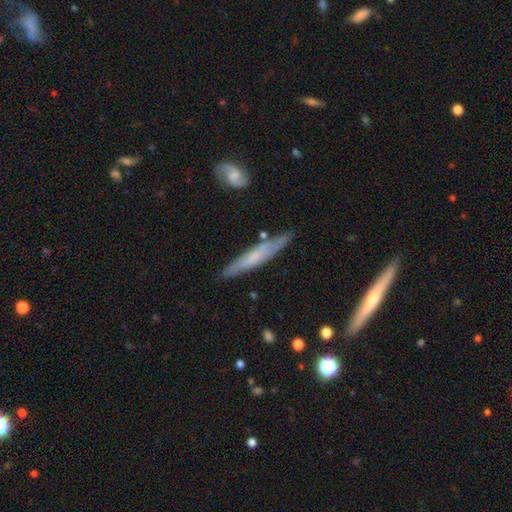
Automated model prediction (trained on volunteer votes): Q: Smooth or featured?
A: featured or disk (49%); runner-up: smooth (45%)
Q: Merging?
A: none (81%); runner-up: minor disturbance (14%)